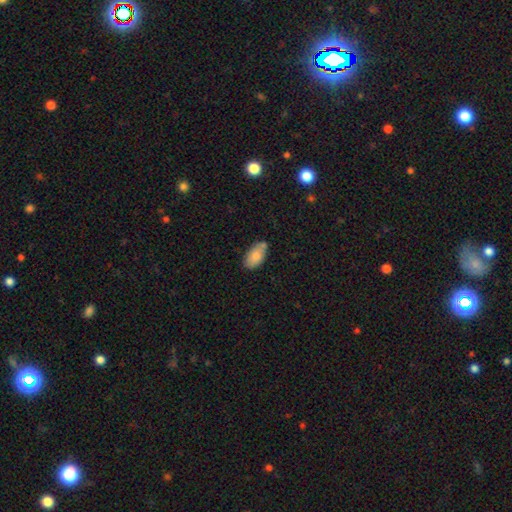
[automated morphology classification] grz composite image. It shows a smooth galaxy with no disk features (83%) that is in between round and cigar-shaped (94%). Merging: none (66%).